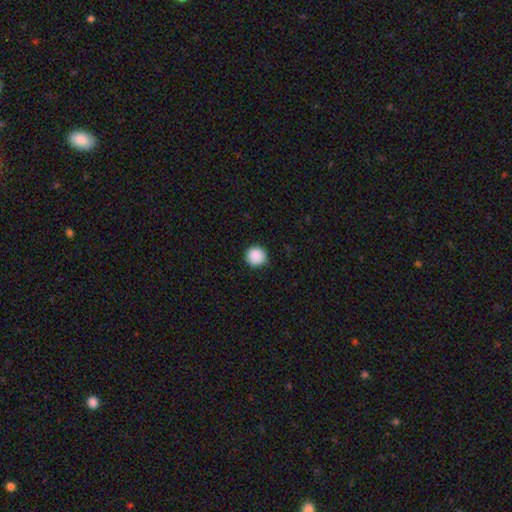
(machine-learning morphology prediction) A smooth galaxy with no disk features (89%) that is round (96%).

Vote fractions:
- Smooth or featured? smooth: 89% / star or artifact: 9% / featured or disk: 3%
- How rounded? round: 96% / in between: 3% / cigar-shaped: 1%
- Merging? none: 88% / minor disturbance: 9% / major disturbance: 2% / merger: 1%